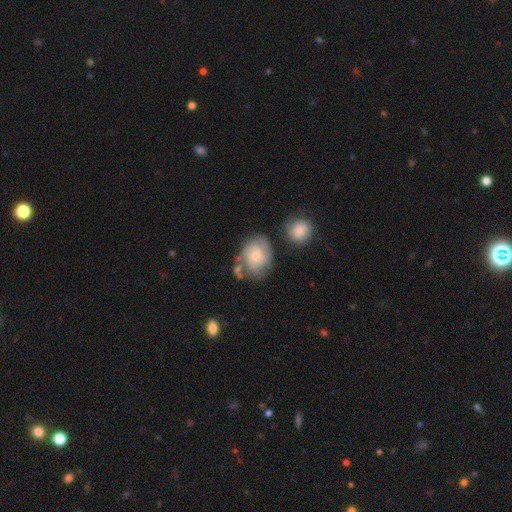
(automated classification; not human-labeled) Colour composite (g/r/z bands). It shows a featured or disk galaxy (54%) with no bar (79%), spiral arms (80%) and a moderate central bulge (47%). Merging: none (50%).